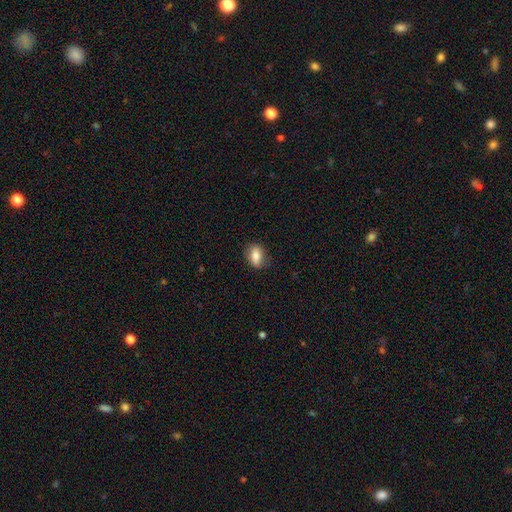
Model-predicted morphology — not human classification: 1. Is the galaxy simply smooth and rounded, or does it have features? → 78% smooth, 14% featured or disk, 8% star or artifact.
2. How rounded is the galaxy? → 78% in between, 16% round, 6% cigar-shaped.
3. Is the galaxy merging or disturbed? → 81% none, 14% minor disturbance, 3% major disturbance, 1% merger.